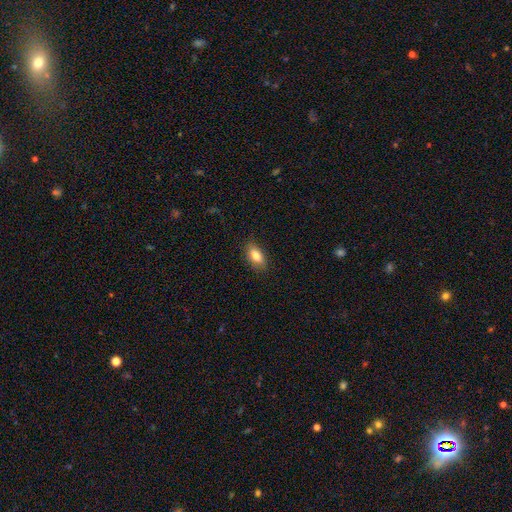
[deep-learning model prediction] smooth 83%, featured or disk 9%, star or artifact 7%. Down the decision tree: how rounded — in between (88%); merging — none (84%).